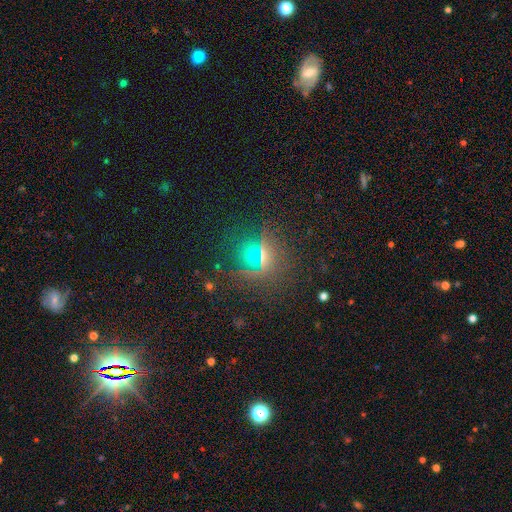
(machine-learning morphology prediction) Q: Smooth or featured?
A: smooth (45%); runner-up: star or artifact (42%)
Q: Merging?
A: none (77%); runner-up: minor disturbance (11%)